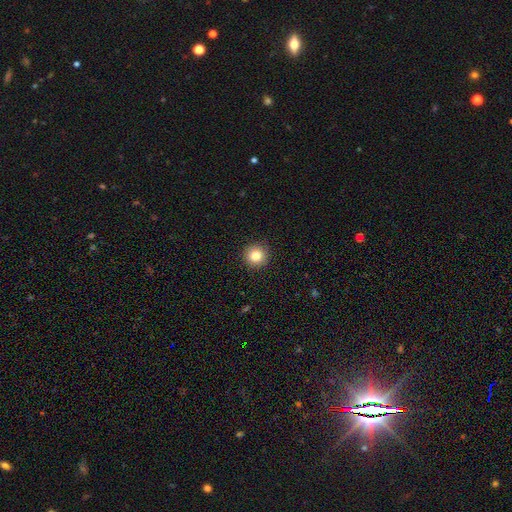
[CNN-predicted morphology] smooth_or_featured: smooth (p=0.83) [alt: star or artifact p=0.10]
how_rounded: round (p=0.95) [alt: in between p=0.04]
merging: none (p=0.91) [alt: minor disturbance p=0.06]